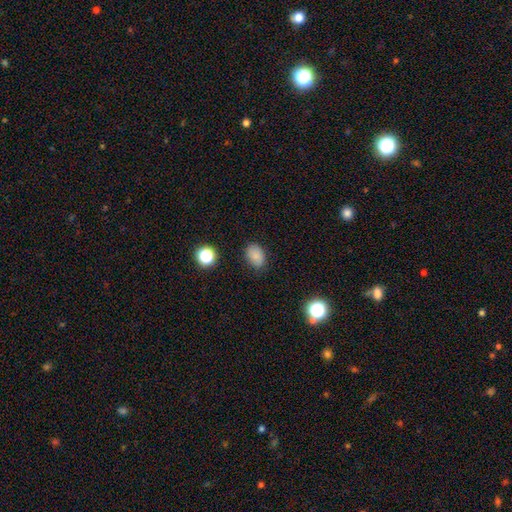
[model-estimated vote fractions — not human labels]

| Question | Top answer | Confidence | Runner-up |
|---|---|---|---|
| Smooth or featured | smooth | 83% | star or artifact (12%) |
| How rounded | in between | 78% | round (21%) |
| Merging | none | 79% | minor disturbance (15%) |